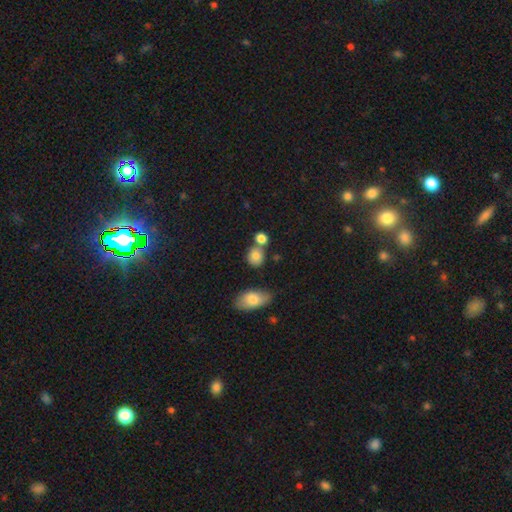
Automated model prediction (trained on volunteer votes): The model was most divided on "merging": none: 60%, merger: 25%, minor disturbance: 11%, major disturbance: 4%. More confident: smooth or featured — smooth (80%); how rounded — round (69%).